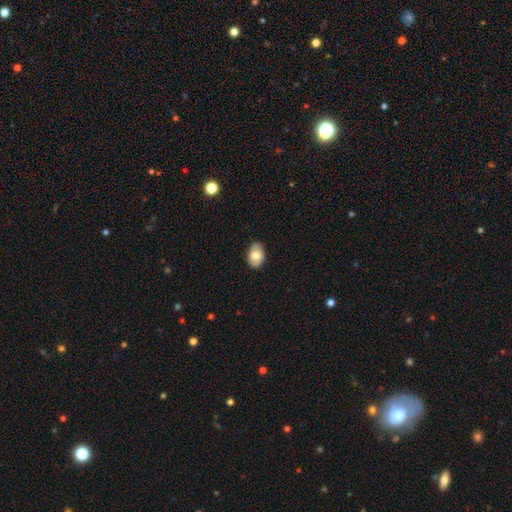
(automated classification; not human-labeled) The model was most divided on "smooth or featured": smooth: 75%, featured or disk: 18%, star or artifact: 7%. More confident: merging — none (85%); how rounded — in between (85%).